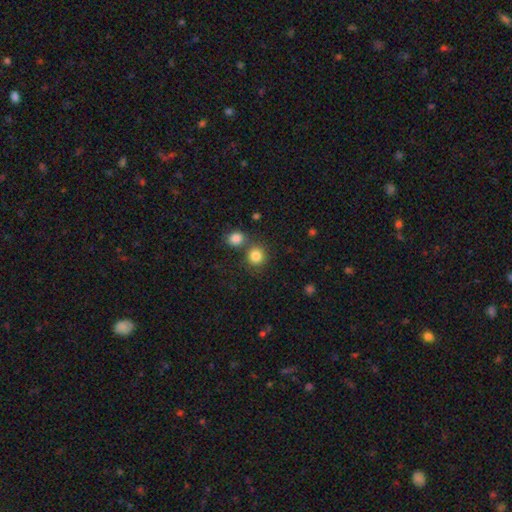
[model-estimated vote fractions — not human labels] Overall: smooth (84%). How rounded: round (87%). Merging: none (67%).